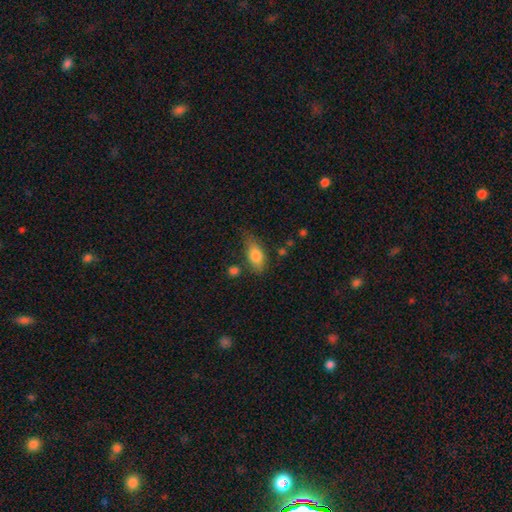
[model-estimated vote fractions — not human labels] smooth-or-featured: smooth: 78% | featured or disk: 15% | star or artifact: 8%
  how-rounded: in between: 83% | cigar-shaped: 12% | round: 5%
  merging: none: 55% | minor disturbance: 29% | major disturbance: 9% | merger: 6%